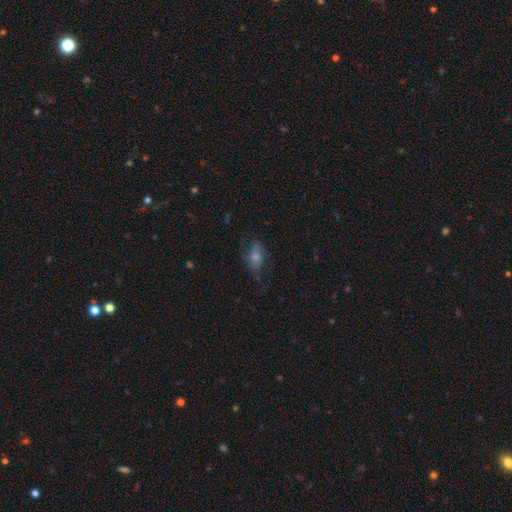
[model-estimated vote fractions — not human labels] A smooth galaxy with no disk features (54%) that is in between round and cigar-shaped (81%).

Vote fractions:
- Smooth or featured? smooth: 54% / featured or disk: 30% / star or artifact: 16%
- How rounded? in between: 81% / round: 13% / cigar-shaped: 5%
- Merging? none: 67% / minor disturbance: 22% / major disturbance: 9% / merger: 1%